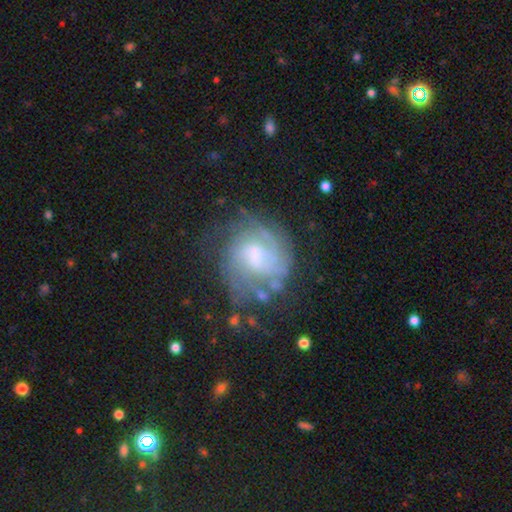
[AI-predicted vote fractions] Smooth or featured? featured or disk (73%)
Edge-on disk? no (98%)
Bar? no (47%)
Spiral arms? yes (86%)
Spiral winding? tight (49%)
Spiral arm count? can't tell (39%)
Bulge size? moderate (37%)
Merging? none (59%)